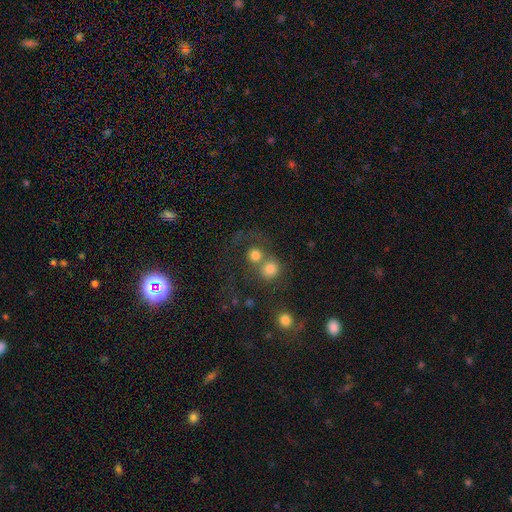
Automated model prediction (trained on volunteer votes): smooth_or_featured: smooth (p=0.70) [alt: featured or disk p=0.15]
how_rounded: round (p=0.86) [alt: in between p=0.13]
merging: merger (p=0.47) [alt: none p=0.38]